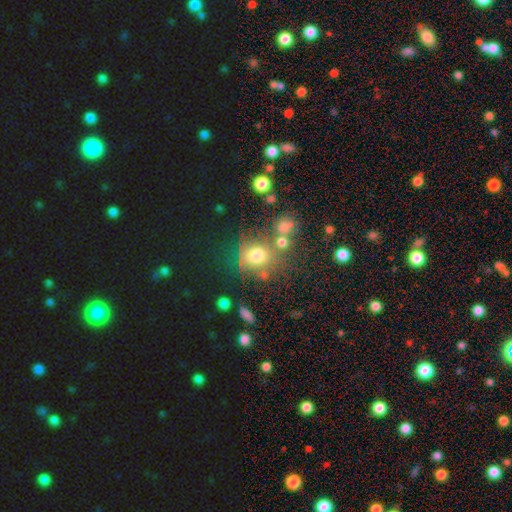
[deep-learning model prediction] smooth-or-featured: smooth: 69% | star or artifact: 20% | featured or disk: 11%
  how-rounded: round: 76% | in between: 22% | cigar-shaped: 1%
  merging: none: 60% | merger: 18% | minor disturbance: 15% | major disturbance: 7%